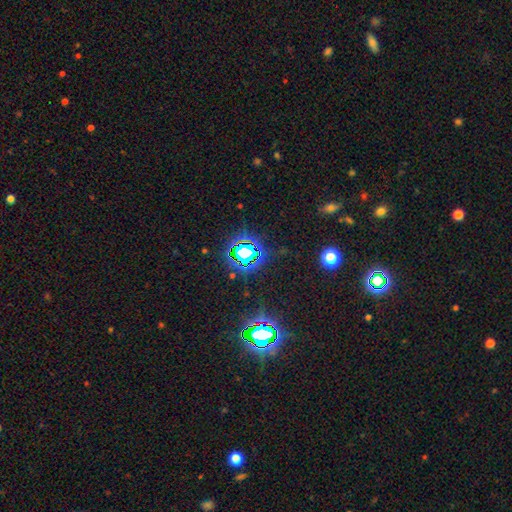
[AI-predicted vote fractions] Smooth or featured? star or artifact (80%)